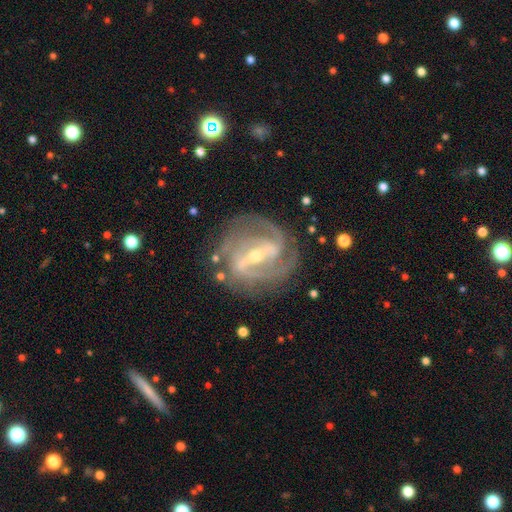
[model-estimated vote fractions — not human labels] A featured or disk galaxy (90%) with a strong bar (71%), 2 (46%) tight (50%) spiral arms (96%) and a small central bulge (51%). Merging: none (76%).